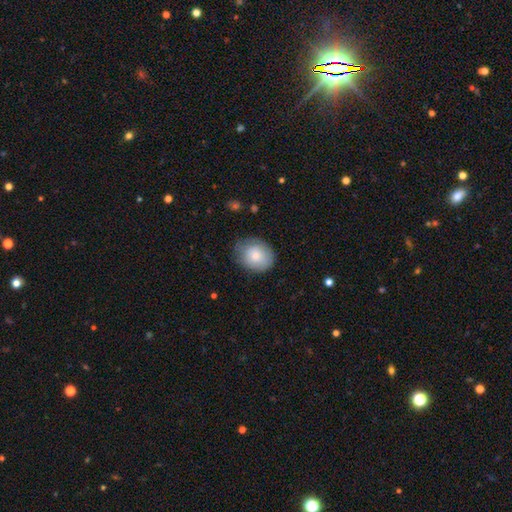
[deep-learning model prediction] Q: Smooth or featured?
A: smooth (80%); runner-up: featured or disk (13%)
Q: How rounded?
A: round (53%); runner-up: in between (47%)
Q: Merging?
A: none (70%); runner-up: minor disturbance (23%)